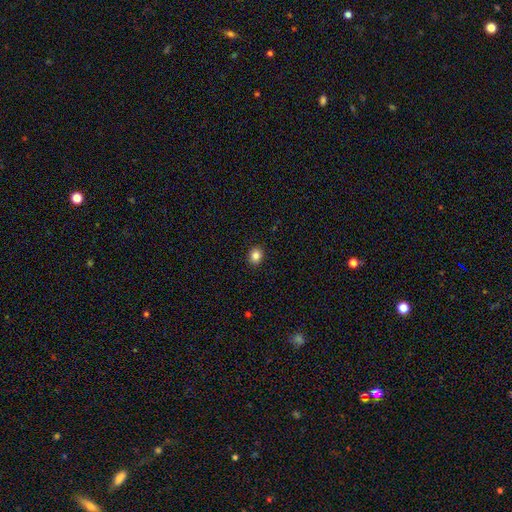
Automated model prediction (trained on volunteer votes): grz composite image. It shows a smooth galaxy with no disk features (85%) that is round (63%). Merging: none (91%).